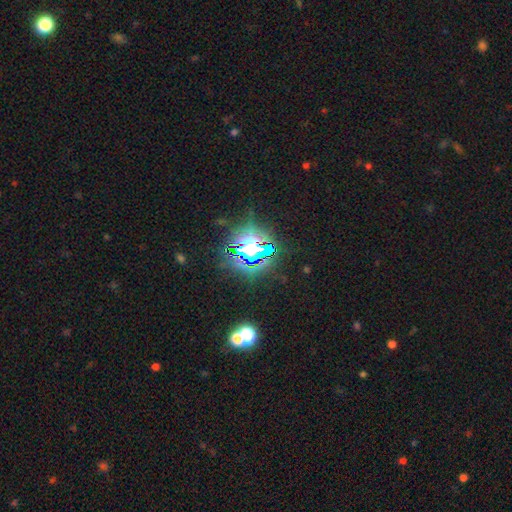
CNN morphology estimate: This appears to be a star or artifact, not a galaxy (72%).